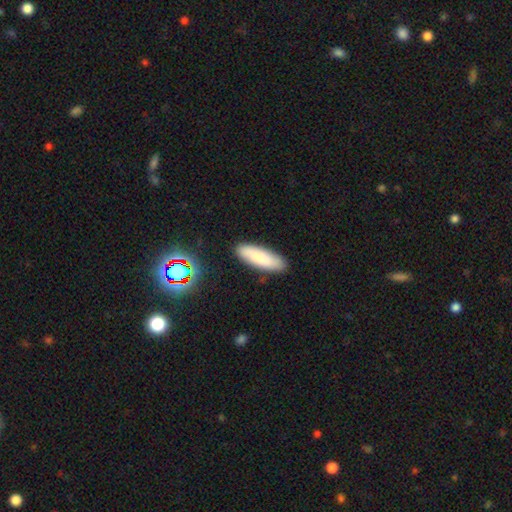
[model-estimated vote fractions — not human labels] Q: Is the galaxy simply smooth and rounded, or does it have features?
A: smooth — 80%.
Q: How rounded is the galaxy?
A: cigar-shaped — 52%.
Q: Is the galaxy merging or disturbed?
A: none — 87%.